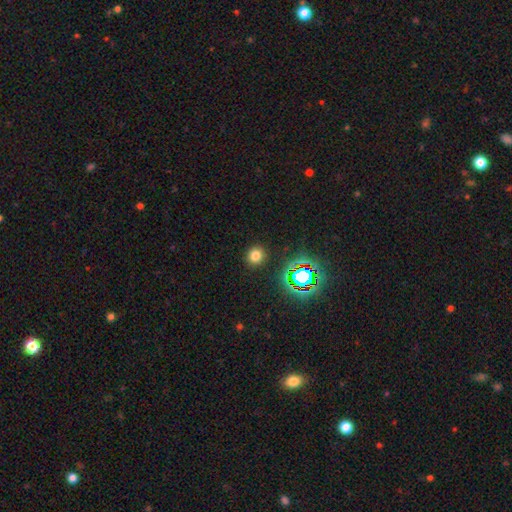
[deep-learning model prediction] Smooth or featured?
  - smooth: 73% *
  - star or artifact: 20%
  - featured or disk: 6%
How rounded?
  - round: 85% *
  - in between: 14%
  - cigar-shaped: 1%
Merging?
  - none: 90% *
  - minor disturbance: 6%
  - major disturbance: 2%
  - merger: 1%